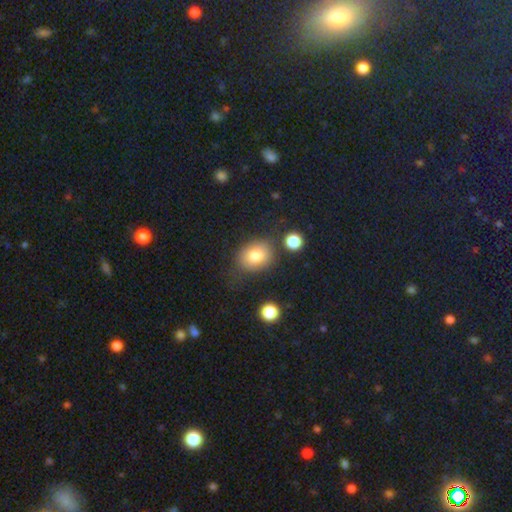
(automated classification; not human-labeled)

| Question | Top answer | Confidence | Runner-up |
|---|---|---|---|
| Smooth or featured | smooth | 78% | featured or disk (11%) |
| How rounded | in between | 50% | round (49%) |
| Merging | none | 70% | minor disturbance (17%) |